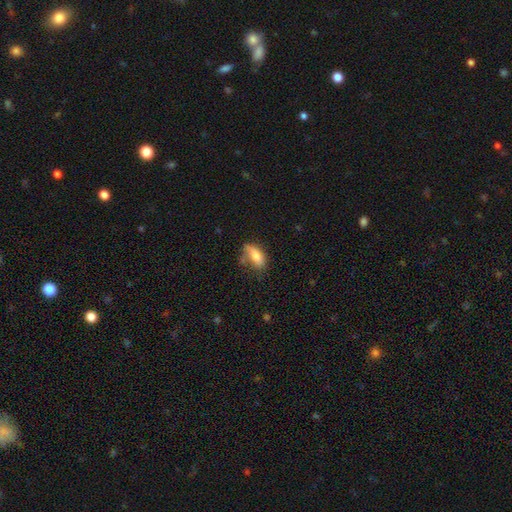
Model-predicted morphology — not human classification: Smooth or featured? Predicted: smooth (p=0.77). How rounded? Predicted: in between (p=0.82). Merging? Predicted: none (p=0.52).